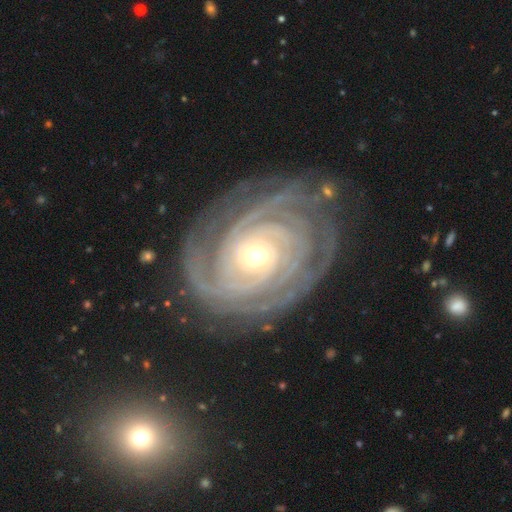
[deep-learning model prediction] featured or disk 92%, star or artifact 5%, smooth 3%. Down the decision tree: edge-on disk — no (97%); bar — no (70%); spiral arms — yes (98%); spiral arm count — 3 (23%); spiral winding — tight (85%); bulge size — small (60%); merging — none (77%).